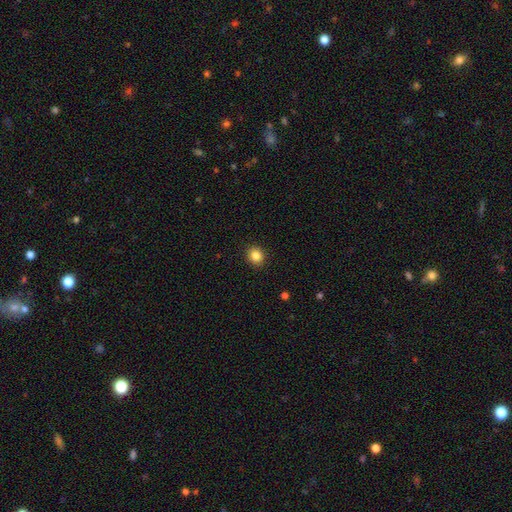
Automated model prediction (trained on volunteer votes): Q: Smooth or featured?
A: smooth (84%); runner-up: star or artifact (11%)
Q: How rounded?
A: round (79%); runner-up: in between (20%)
Q: Merging?
A: none (92%); runner-up: minor disturbance (5%)